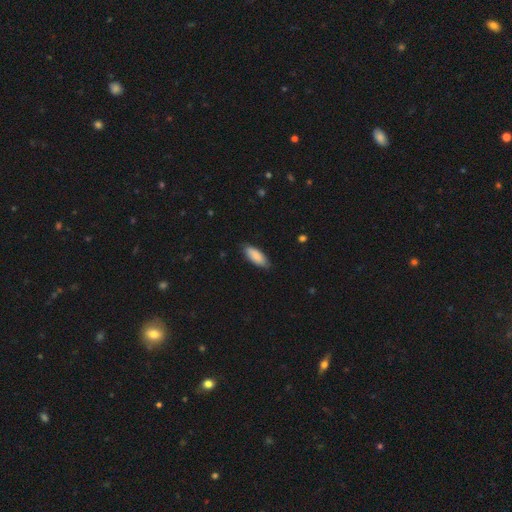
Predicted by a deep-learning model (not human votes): Overall: smooth (88%). How rounded: in between (76%). Merging: none (84%).